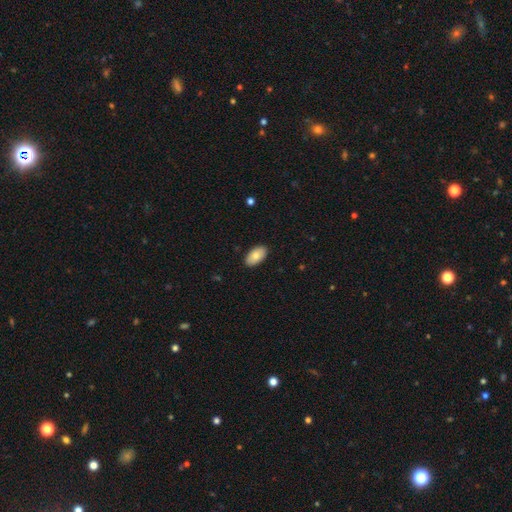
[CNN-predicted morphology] Smooth or featured: smooth — 80% (featured or disk — 13%)
How rounded: in between — 95% (round — 3%)
Merging: none — 89% (minor disturbance — 8%)